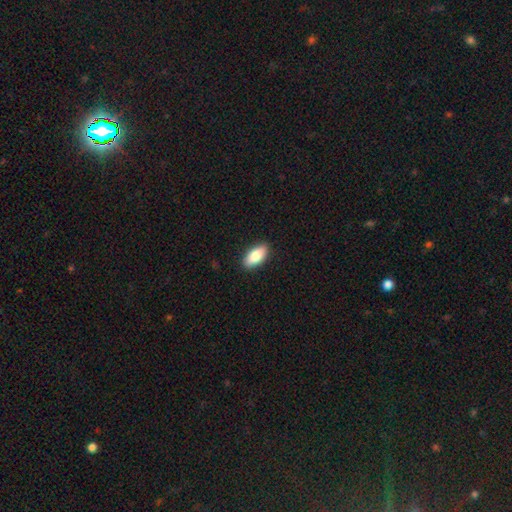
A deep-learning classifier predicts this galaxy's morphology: Smooth or featured? smooth (82%)
How rounded? in between (90%)
Merging? none (90%)